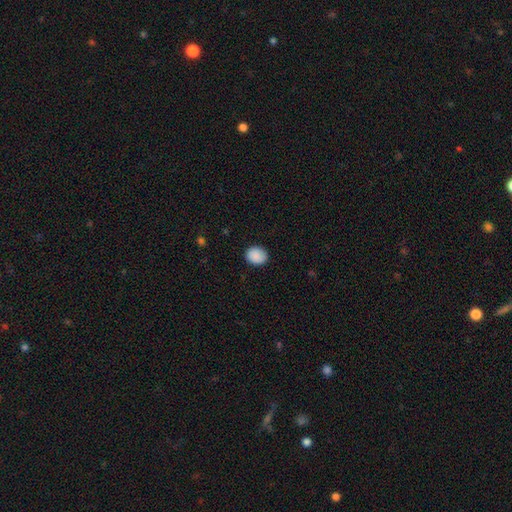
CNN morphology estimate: The model was most divided on "how rounded": round: 64%, in between: 36%, cigar-shaped: 1%. More confident: smooth or featured — smooth (90%); merging — none (88%).